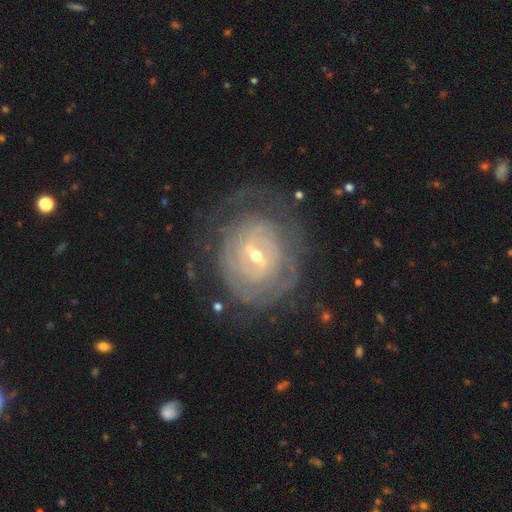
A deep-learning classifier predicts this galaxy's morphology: smooth_or_featured: featured or disk (p=0.80) [alt: smooth p=0.13]
disk_edge_on: no (p=0.96) [alt: yes p=0.04]
bar: weak (p=0.49) [alt: no p=0.26]
has_spiral_arms: yes (p=0.80) [alt: no p=0.20]
spiral_winding: tight (p=0.78) [alt: medium p=0.16]
spiral_arm_count: can't tell (p=0.56) [alt: 2 p=0.17]
bulge_size: small (p=0.66) [alt: moderate p=0.30]
merging: none (p=0.71) [alt: minor disturbance p=0.16]